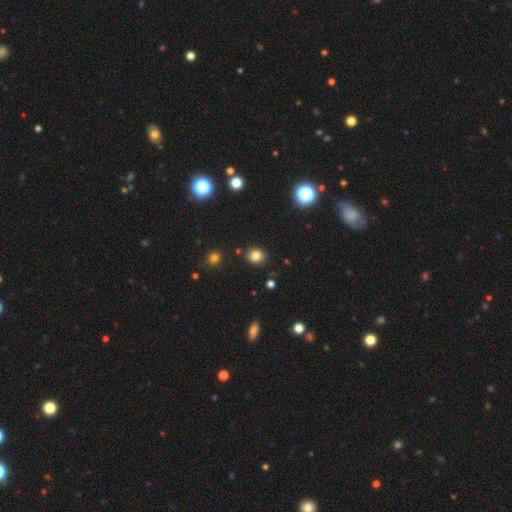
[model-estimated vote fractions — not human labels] A smooth galaxy with no disk features (82%) that is round (78%). Merging: none (88%).